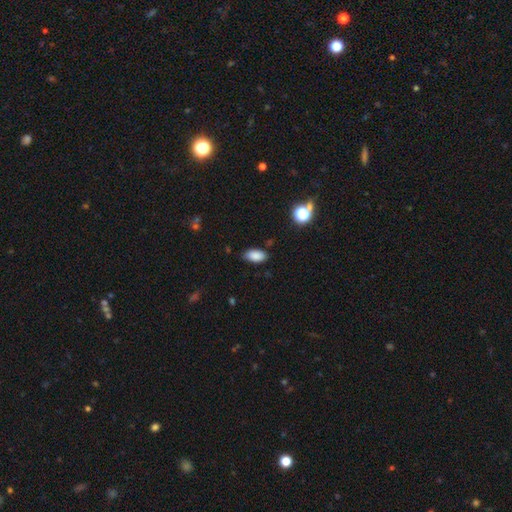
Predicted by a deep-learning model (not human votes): smooth 86%, star or artifact 9%, featured or disk 5%. Down the decision tree: how rounded — in between (92%); merging — none (84%).